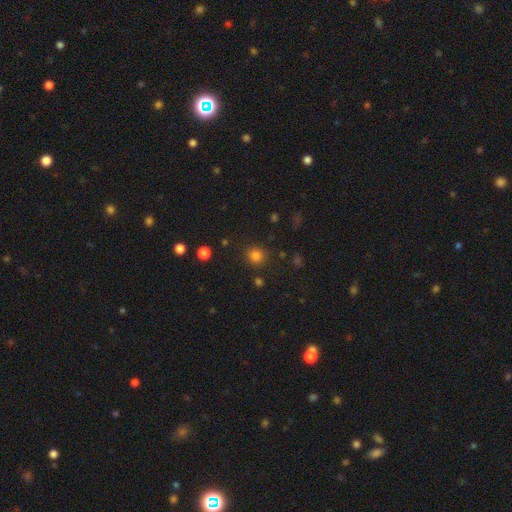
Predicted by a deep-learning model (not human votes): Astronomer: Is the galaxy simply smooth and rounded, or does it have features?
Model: smooth — 81%.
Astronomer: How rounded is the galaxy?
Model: round — 87%.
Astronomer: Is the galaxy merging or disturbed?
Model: none — 86%.